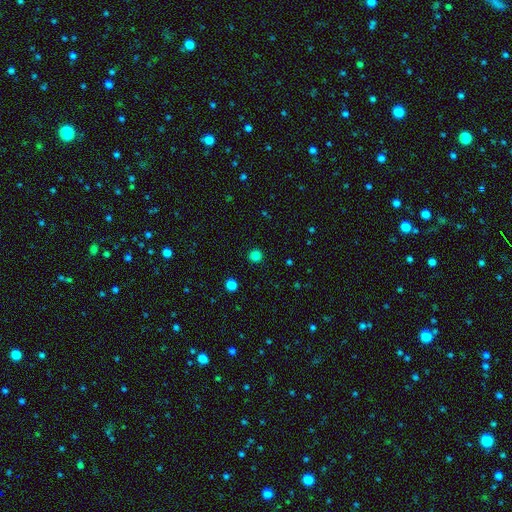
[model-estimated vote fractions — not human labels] Smooth or featured? Predicted: smooth (p=0.82). How rounded? Predicted: round (p=0.94). Merging? Predicted: none (p=0.92).